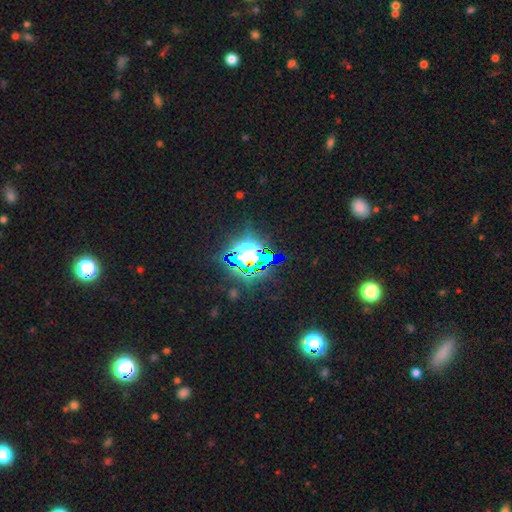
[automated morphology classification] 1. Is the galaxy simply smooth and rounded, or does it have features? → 76% star or artifact, 13% smooth, 11% featured or disk.